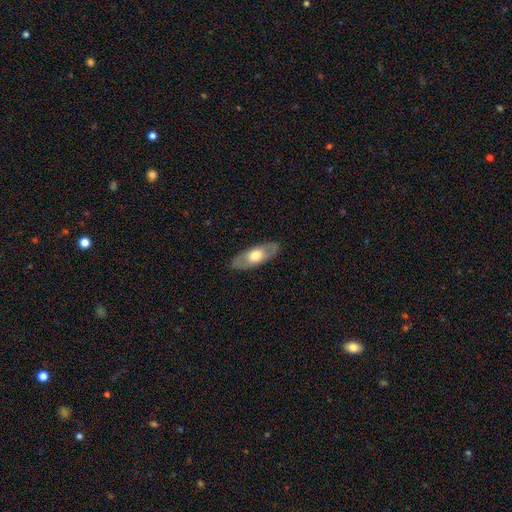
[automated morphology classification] Smooth or featured?
  - smooth: 52% *
  - featured or disk: 43%
  - star or artifact: 5%
How rounded?
  - in between: 79% *
  - cigar-shaped: 17%
  - round: 4%
Merging?
  - none: 87% *
  - minor disturbance: 10%
  - major disturbance: 2%
  - merger: 1%